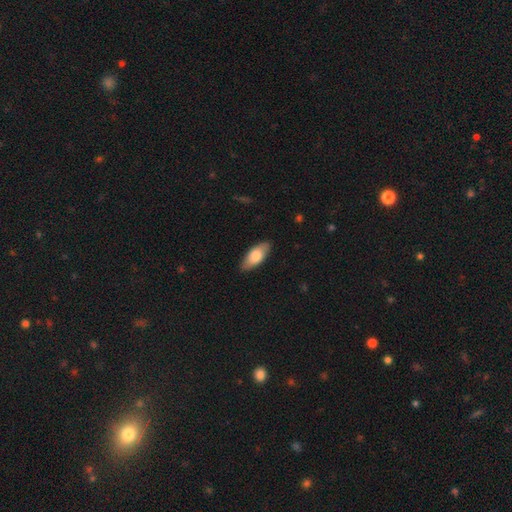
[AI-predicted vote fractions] This is likely a smooth galaxy (75%). How rounded: clearly in between (83%). Merging: clearly none (85%).